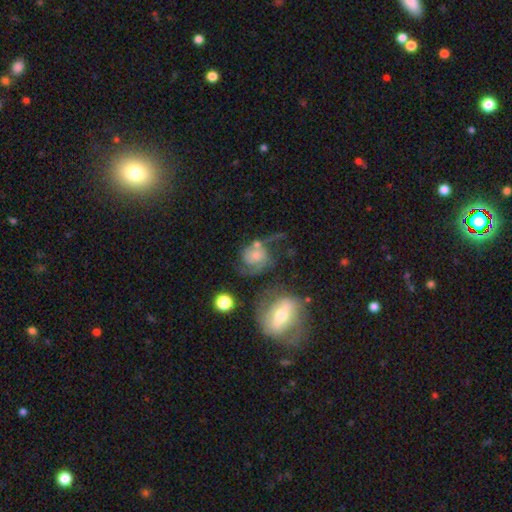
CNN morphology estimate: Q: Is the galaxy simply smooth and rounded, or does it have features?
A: featured or disk — 65%.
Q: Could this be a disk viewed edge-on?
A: no — 97%.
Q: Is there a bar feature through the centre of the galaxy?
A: no — 70%.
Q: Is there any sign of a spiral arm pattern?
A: yes — 89%.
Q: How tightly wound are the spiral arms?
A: medium — 45%.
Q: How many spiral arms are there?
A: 2 — 67%.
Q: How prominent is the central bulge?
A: moderate — 37%.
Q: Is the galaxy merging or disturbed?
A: none — 38%.